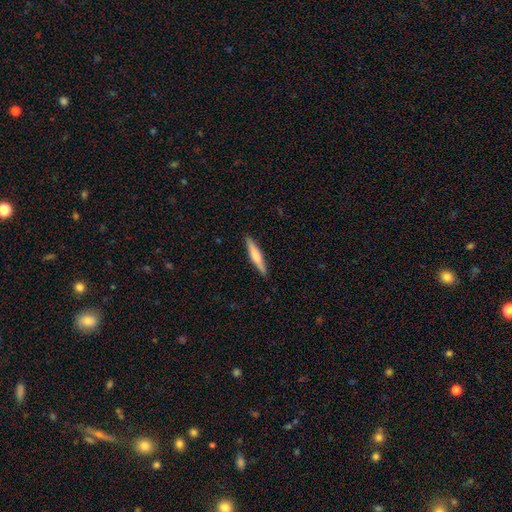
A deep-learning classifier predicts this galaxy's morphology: Smooth or featured?
  - smooth: 58% *
  - featured or disk: 37%
  - star or artifact: 5%
How rounded?
  - cigar-shaped: 91% *
  - in between: 7%
  - round: 1%
Merging?
  - none: 90% *
  - minor disturbance: 7%
  - major disturbance: 2%
  - merger: 1%